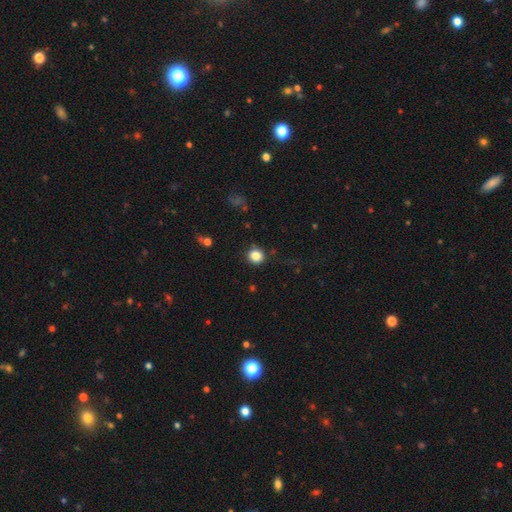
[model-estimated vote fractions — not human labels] Smooth or featured? Predicted: smooth (p=0.84). How rounded? Predicted: round (p=0.86). Merging? Predicted: none (p=0.86).